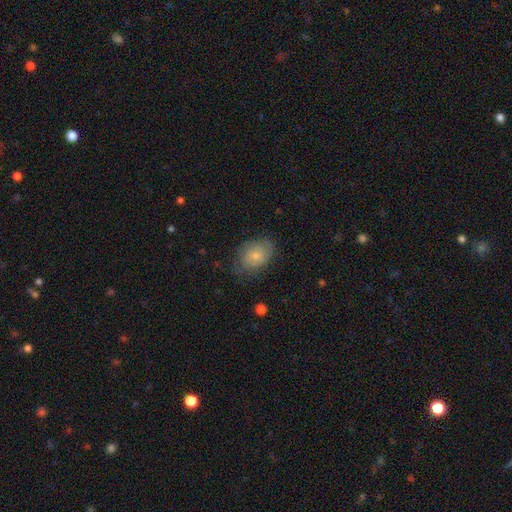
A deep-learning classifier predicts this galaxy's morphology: smooth_or_featured: smooth (p=0.71) [alt: featured or disk p=0.22]
how_rounded: in between (p=0.70) [alt: round p=0.29]
merging: none (p=0.64) [alt: minor disturbance p=0.27]